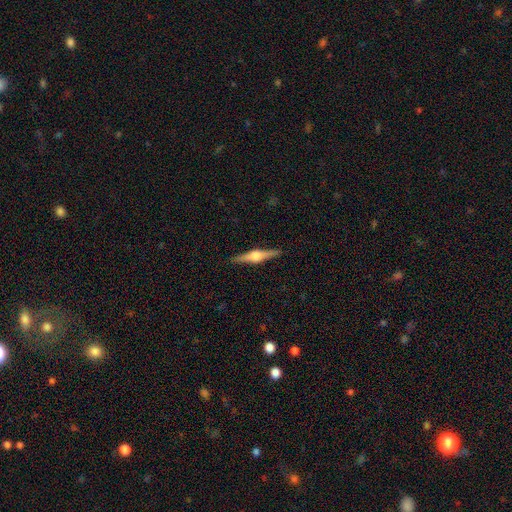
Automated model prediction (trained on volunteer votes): This appears to be a featured or disk galaxy (77%) viewed edge-on (98%) with a rounded central bulge (91%). Merging: none (91%).